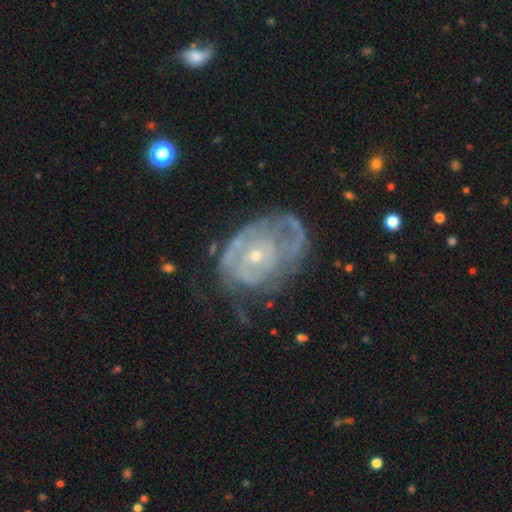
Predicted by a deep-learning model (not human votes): Smooth or featured? featured or disk (78%)
Edge-on disk? no (97%)
Bar? no (78%)
Spiral arms? yes (71%)
Spiral winding? tight (56%)
Spiral arm count? can't tell (50%)
Bulge size? small (69%)
Merging? none (40%)